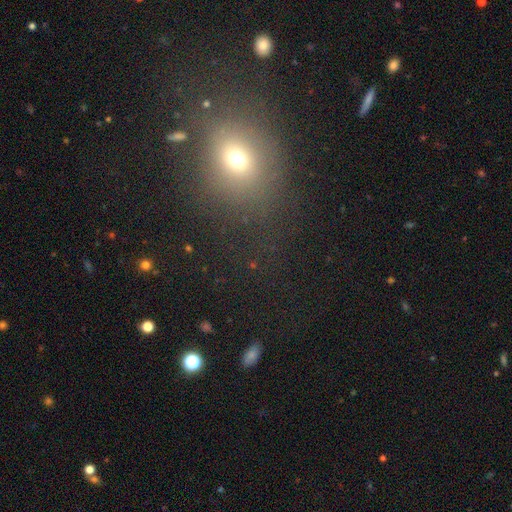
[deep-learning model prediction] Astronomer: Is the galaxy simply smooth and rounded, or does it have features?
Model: smooth — 56% (runner-up: star or artifact, 34%).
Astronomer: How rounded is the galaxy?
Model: round — 54% (runner-up: in between, 44%).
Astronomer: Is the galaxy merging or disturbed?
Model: none — 79%.